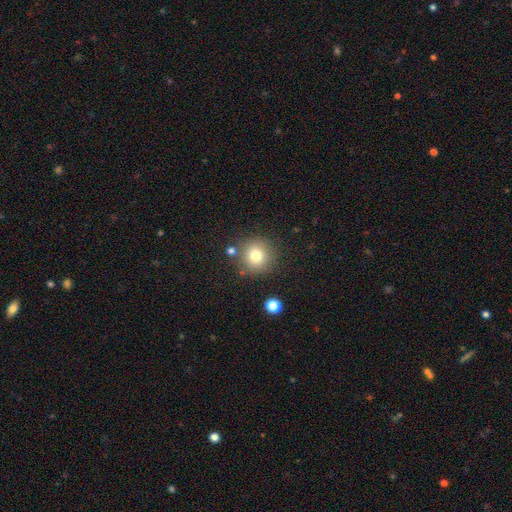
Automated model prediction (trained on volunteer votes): This appears to be a smooth galaxy with no disk features (79%) that is round (93%). Merging: none (81%).